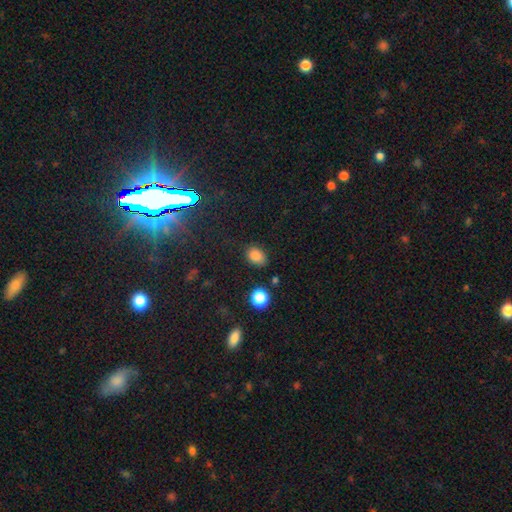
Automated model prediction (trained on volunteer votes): A smooth galaxy with no disk features (84%) that is in between round and cigar-shaped (76%).

Vote fractions:
- Smooth or featured? smooth: 84% / star or artifact: 12% / featured or disk: 4%
- How rounded? in between: 76% / round: 23% / cigar-shaped: 1%
- Merging? none: 78% / minor disturbance: 15% / major disturbance: 4% / merger: 3%